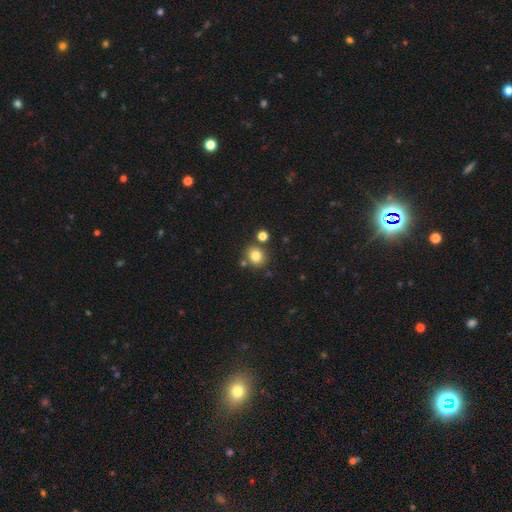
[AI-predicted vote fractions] This appears to be a smooth galaxy with no disk features (80%) that is round (80%). Merging: none (78%).